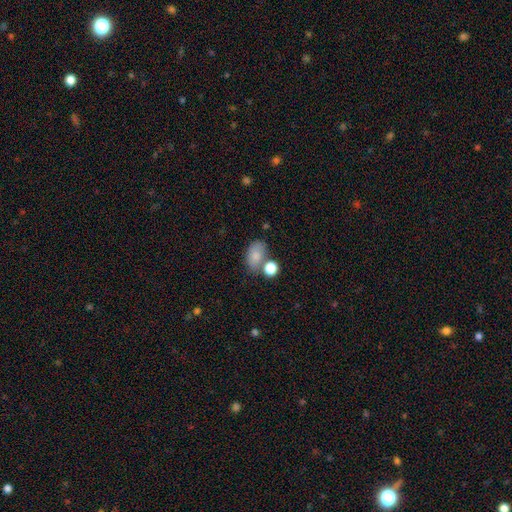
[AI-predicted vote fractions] Smooth or featured?
  - smooth: 80% *
  - featured or disk: 11%
  - star or artifact: 9%
How rounded?
  - in between: 85% *
  - round: 14%
  - cigar-shaped: 2%
Merging?
  - none: 53% *
  - merger: 21%
  - minor disturbance: 18%
  - major disturbance: 7%